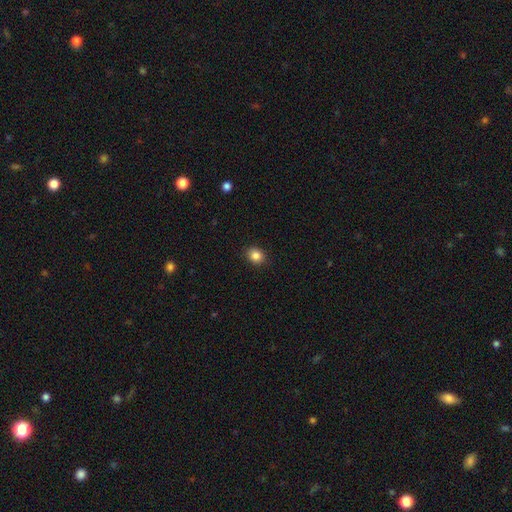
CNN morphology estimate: This is clearly a smooth galaxy (85%). How rounded: likely round (69%). Merging: clearly none (90%).